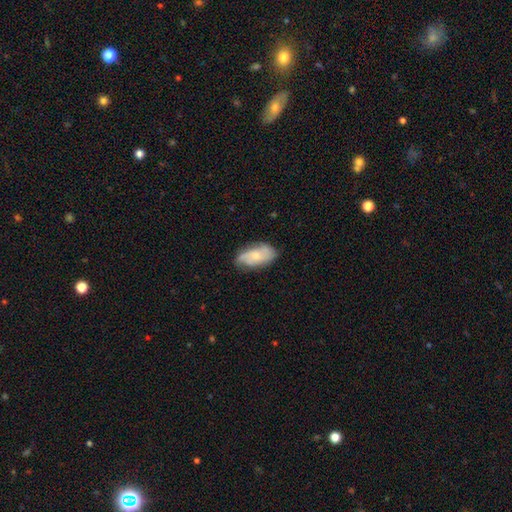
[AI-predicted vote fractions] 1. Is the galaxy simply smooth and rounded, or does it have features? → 47% featured or disk, 46% smooth, 7% star or artifact.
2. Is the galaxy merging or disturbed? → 68% none, 24% minor disturbance, 6% major disturbance, 1% merger.